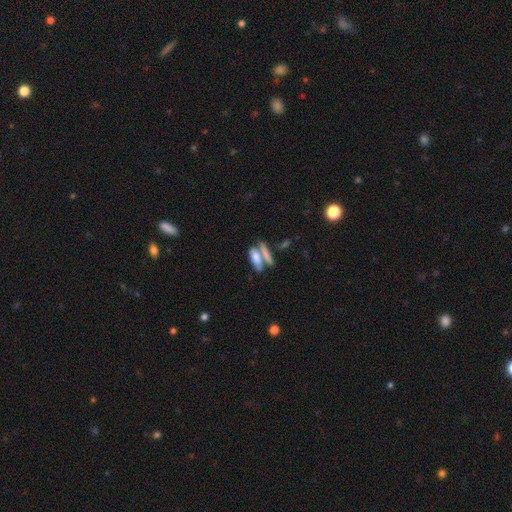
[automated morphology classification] type=smooth (67%); roundness=in between (59%); merging=merger (44%).